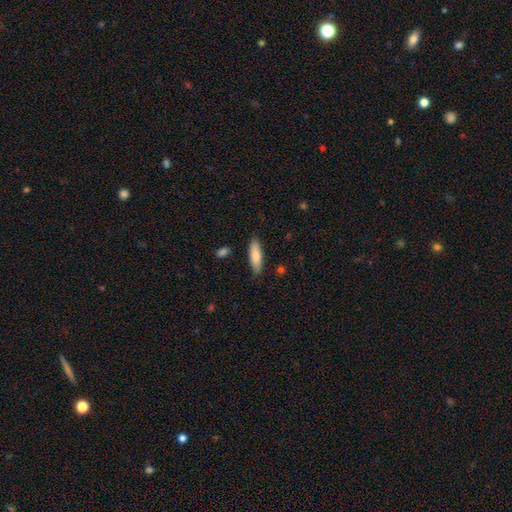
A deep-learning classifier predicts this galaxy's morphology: smooth-or-featured: smooth: 80% | featured or disk: 15% | star or artifact: 6%
  how-rounded: cigar-shaped: 52% | in between: 46% | round: 2%
  merging: none: 84% | minor disturbance: 12% | major disturbance: 2% | merger: 2%